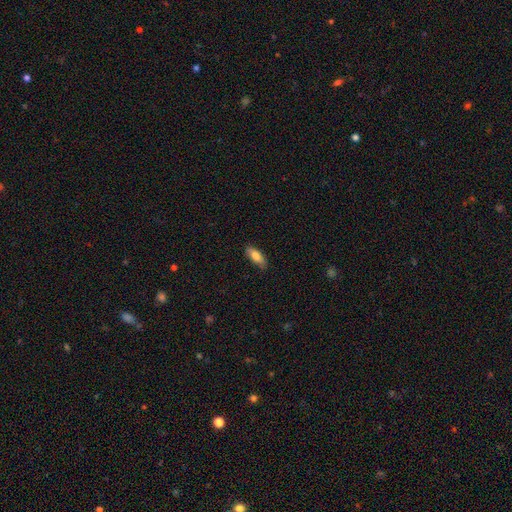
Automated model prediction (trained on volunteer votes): Q: Smooth or featured?
A: smooth (80%); runner-up: featured or disk (14%)
Q: How rounded?
A: in between (72%); runner-up: cigar-shaped (26%)
Q: Merging?
A: none (81%); runner-up: minor disturbance (15%)